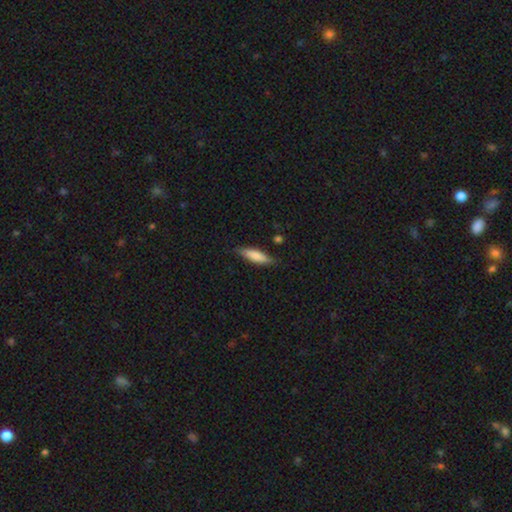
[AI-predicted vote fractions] Smooth or featured: smooth — 71% (featured or disk — 23%)
How rounded: cigar-shaped — 65% (in between — 33%)
Merging: none — 80% (minor disturbance — 15%)